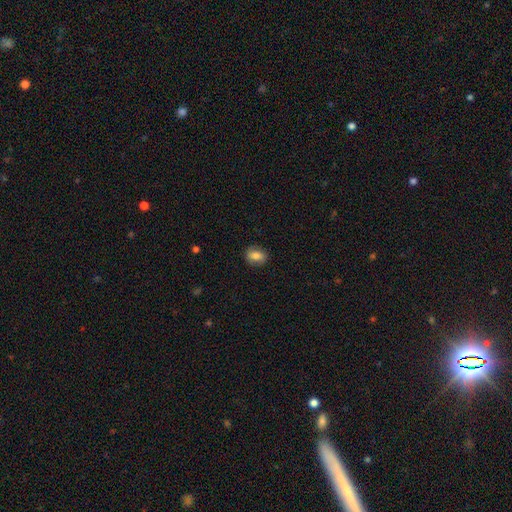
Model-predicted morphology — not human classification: Smooth or featured? smooth (70%)
How rounded? in between (53%)
Merging? none (85%)